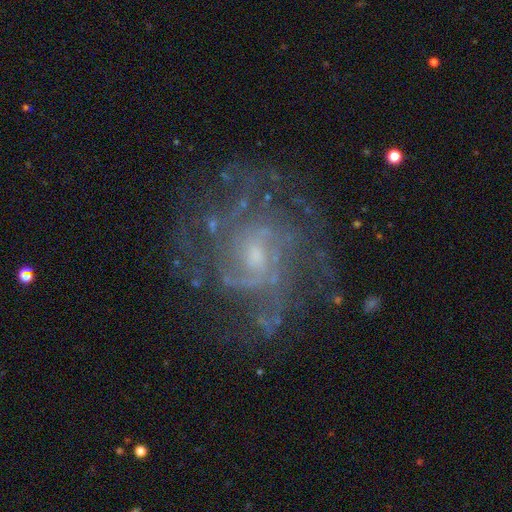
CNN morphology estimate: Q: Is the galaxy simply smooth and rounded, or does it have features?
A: featured or disk — 84%.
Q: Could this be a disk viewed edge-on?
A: no — 98%.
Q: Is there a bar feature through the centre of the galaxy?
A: no — 60%.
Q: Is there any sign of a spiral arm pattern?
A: yes — 89%.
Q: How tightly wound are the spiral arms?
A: tight — 47%.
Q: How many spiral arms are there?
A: can't tell — 37%.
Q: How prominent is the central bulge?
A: small — 58%.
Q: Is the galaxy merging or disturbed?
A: none — 66%.